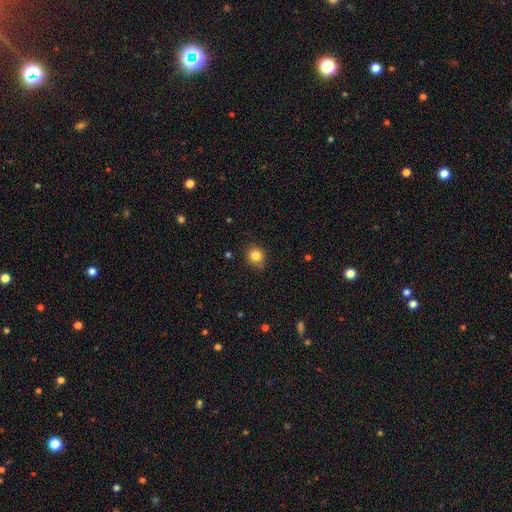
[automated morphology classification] Smooth or featured? Predicted: smooth (p=0.83). How rounded? Predicted: round (p=0.78). Merging? Predicted: none (p=0.76).